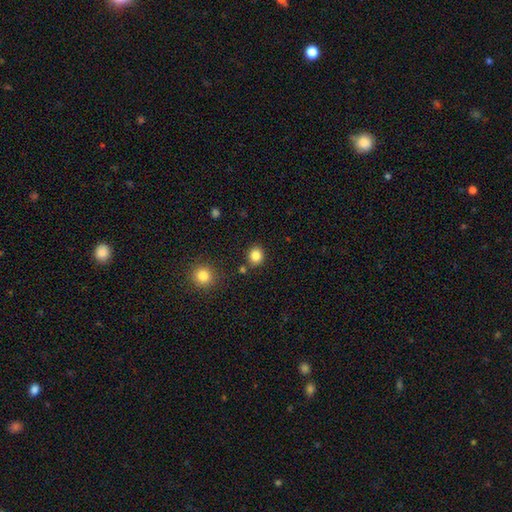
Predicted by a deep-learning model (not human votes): smooth-or-featured: smooth: 84% | star or artifact: 11% | featured or disk: 4%
  how-rounded: round: 80% | in between: 19% | cigar-shaped: 1%
  merging: none: 85% | minor disturbance: 8% | merger: 4% | major disturbance: 2%